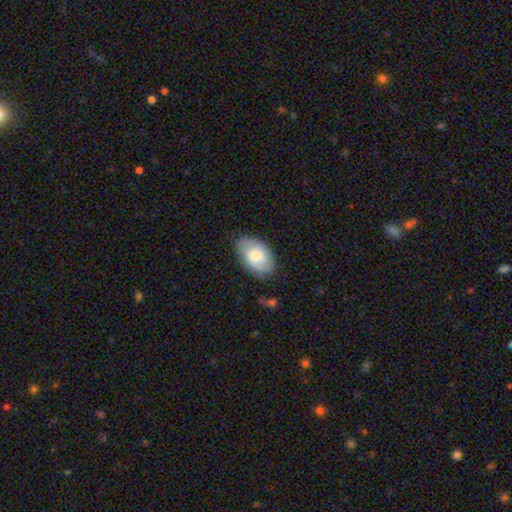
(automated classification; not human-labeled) Overall: smooth (55%; featured or disk 39%). How rounded: in between (89%). Merging: none (79%).